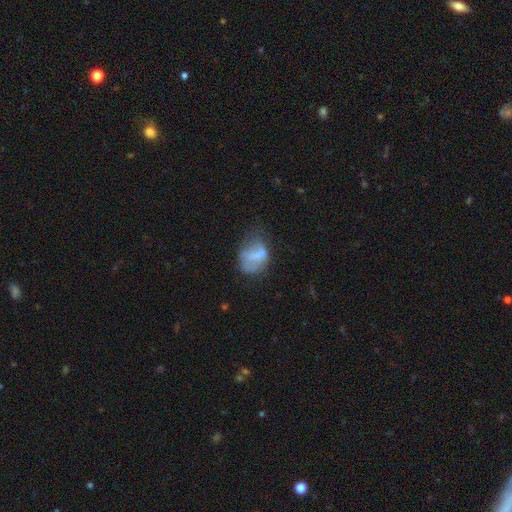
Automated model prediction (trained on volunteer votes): Smooth or featured: smooth — 56% (featured or disk — 34%)
How rounded: in between — 69% (round — 30%)
Merging: none — 36% (minor disturbance — 32%)